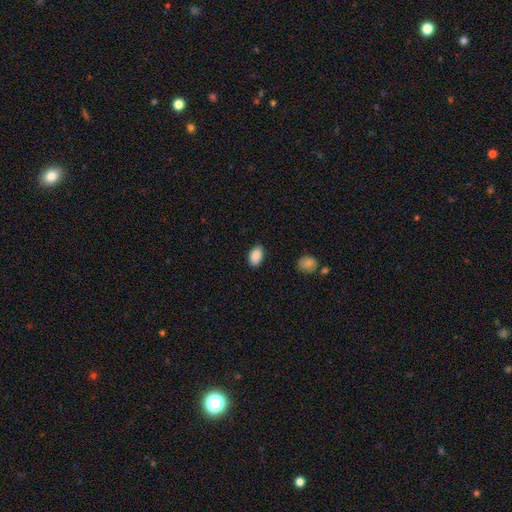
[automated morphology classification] Smooth or featured? smooth (89%)
How rounded? in between (92%)
Merging? none (86%)